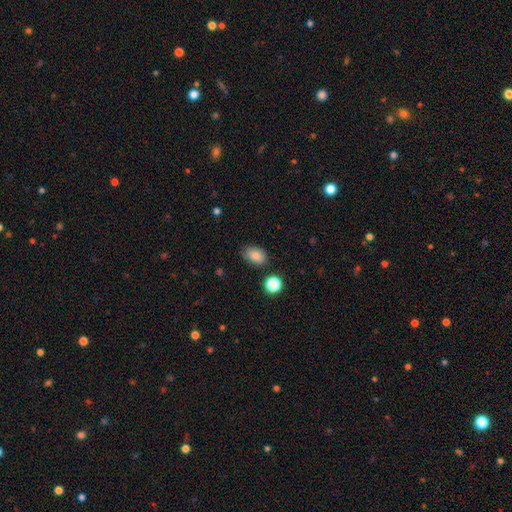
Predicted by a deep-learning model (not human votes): Smooth or featured? Predicted: smooth (p=0.85). How rounded? Predicted: in between (p=0.85). Merging? Predicted: none (p=0.79).